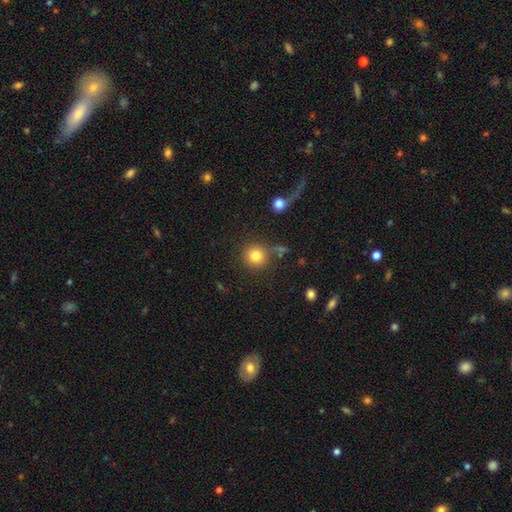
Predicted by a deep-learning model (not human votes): smooth 82%, star or artifact 11%, featured or disk 7%. Down the decision tree: how rounded — round (93%); merging — none (78%).